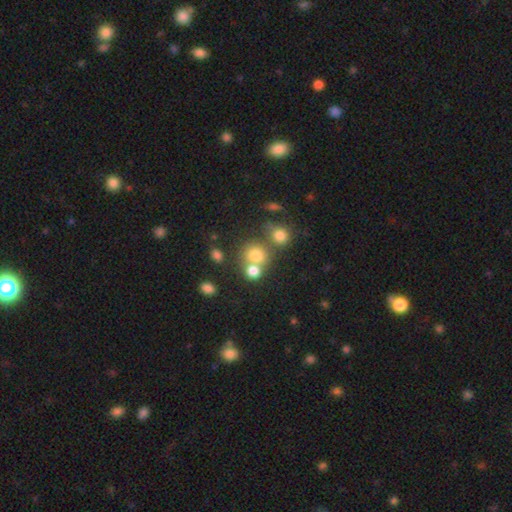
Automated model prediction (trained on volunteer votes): Smooth or featured: smooth — 74% (star or artifact — 15%)
How rounded: round — 80% (in between — 19%)
Merging: none — 48% (merger — 39%)